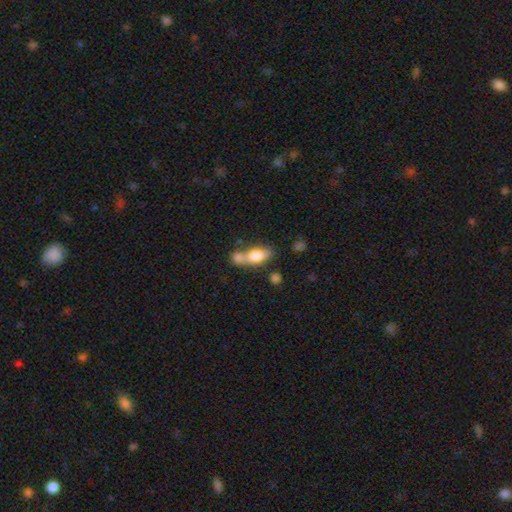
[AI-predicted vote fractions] This is likely a smooth galaxy (76%). How rounded: likely in between (79%). Merging: possibly merger (51%).